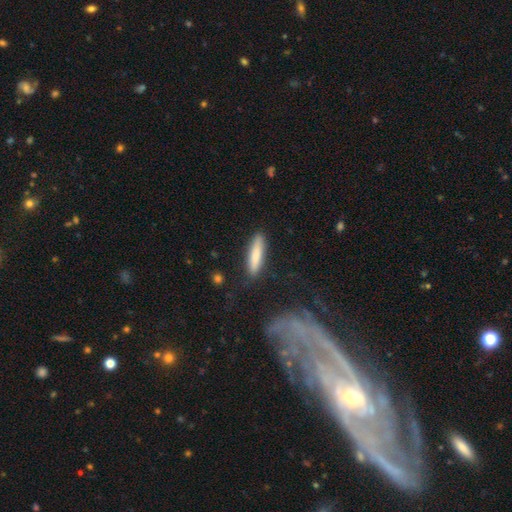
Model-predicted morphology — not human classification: This is likely a smooth galaxy (80%). How rounded: clearly cigar-shaped (80%). Merging: clearly none (87%).